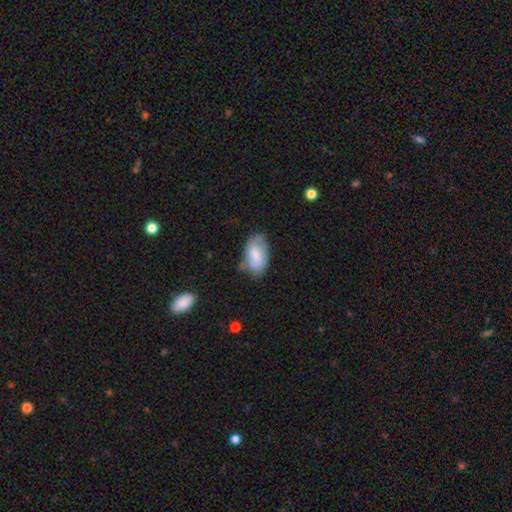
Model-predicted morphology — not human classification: Smooth or featured: smooth — 75% (featured or disk — 19%)
How rounded: in between — 94% (round — 4%)
Merging: none — 53% (minor disturbance — 33%)